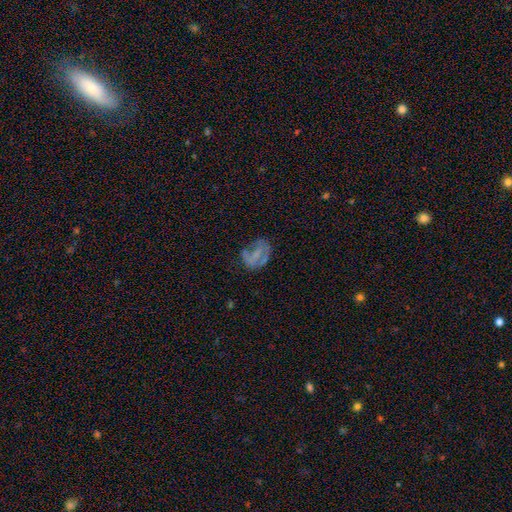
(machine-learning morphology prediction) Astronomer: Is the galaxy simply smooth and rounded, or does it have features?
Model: featured or disk — 50% (runner-up: smooth, 36%).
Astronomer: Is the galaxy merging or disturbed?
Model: none — 48% (runner-up: major disturbance, 25%).